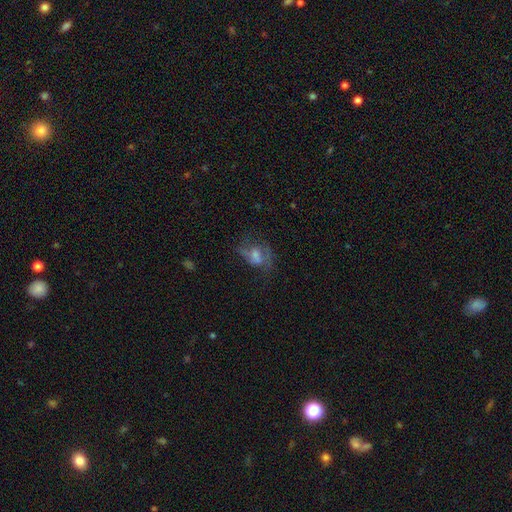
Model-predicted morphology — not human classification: smooth-or-featured: featured or disk: 49% | smooth: 38% | star or artifact: 13%
  merging: none: 38% | major disturbance: 35% | minor disturbance: 22% | merger: 5%